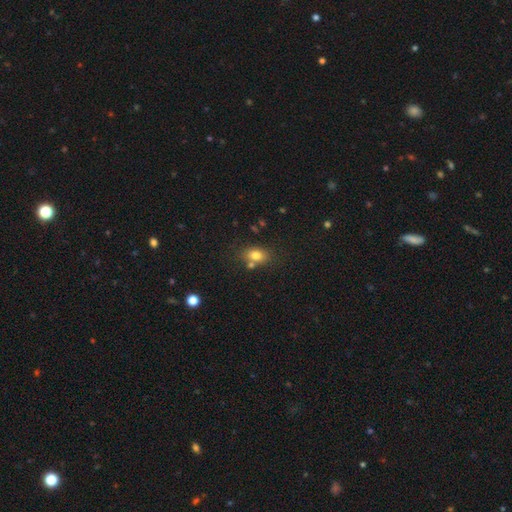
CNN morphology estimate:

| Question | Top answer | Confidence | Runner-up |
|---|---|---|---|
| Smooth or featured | smooth | 78% | star or artifact (11%) |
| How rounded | in between | 71% | round (27%) |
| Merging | none | 65% | merger (18%) |